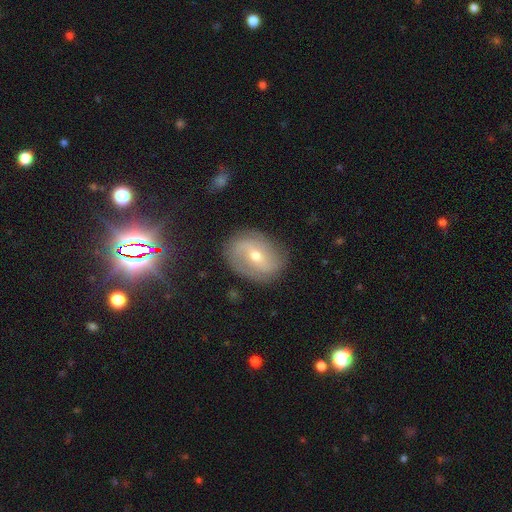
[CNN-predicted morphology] smooth-or-featured: featured or disk: 70% | smooth: 20% | star or artifact: 9%
  disk-edge-on: no: 95% | yes: 5%
    bar: weak: 43% | no: 32% | strong: 25%
    has-spiral-arms: yes: 84% | no: 16%
      spiral-winding: medium: 40% | tight: 33% | loose: 27%
      spiral-arm-count: 2: 70% | can't tell: 17% | 3: 6% | 1: 4% | 4: 2% | more than 4: 2%
    bulge-size: moderate: 49% | small: 48% | large: 2% | none: 1% | dominant: 1%
  merging: none: 79% | minor disturbance: 15% | major disturbance: 5% | merger: 1%